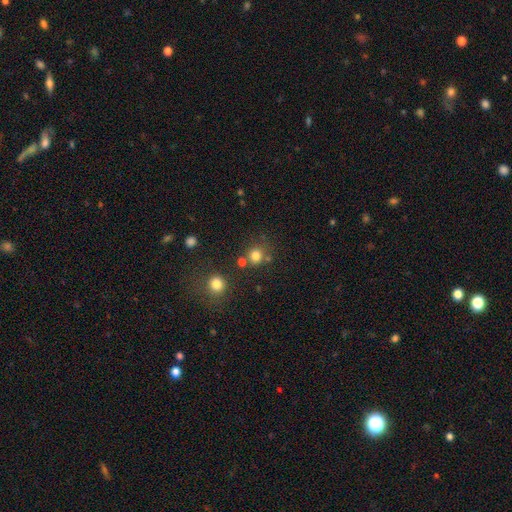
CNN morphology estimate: Smooth or featured?
  - smooth: 78% *
  - star or artifact: 16%
  - featured or disk: 6%
How rounded?
  - round: 86% *
  - in between: 13%
  - cigar-shaped: 1%
Merging?
  - none: 70% *
  - merger: 16%
  - minor disturbance: 10%
  - major disturbance: 4%